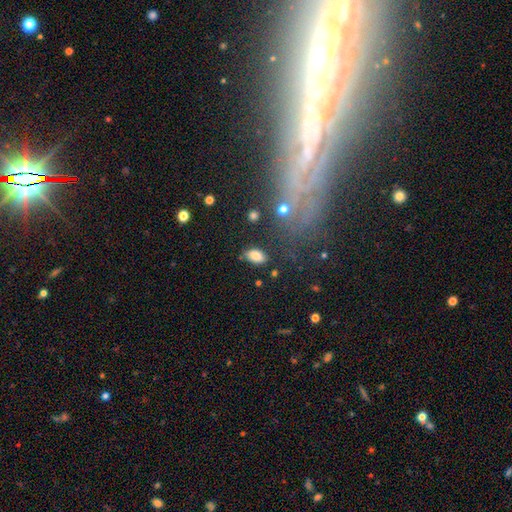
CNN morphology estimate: smooth-or-featured: smooth: 85% | star or artifact: 9% | featured or disk: 7%
  how-rounded: in between: 92% | round: 5% | cigar-shaped: 2%
  merging: none: 77% | minor disturbance: 15% | major disturbance: 4% | merger: 3%